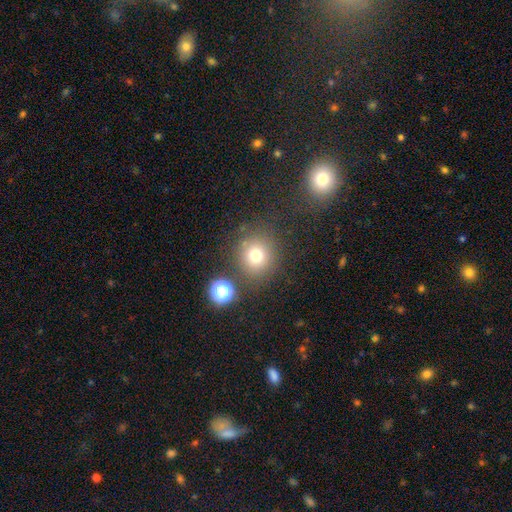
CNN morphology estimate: smooth-or-featured: smooth: 75% | star or artifact: 16% | featured or disk: 9%
  how-rounded: round: 88% | in between: 11% | cigar-shaped: 1%
  merging: none: 78% | minor disturbance: 10% | merger: 6% | major disturbance: 5%